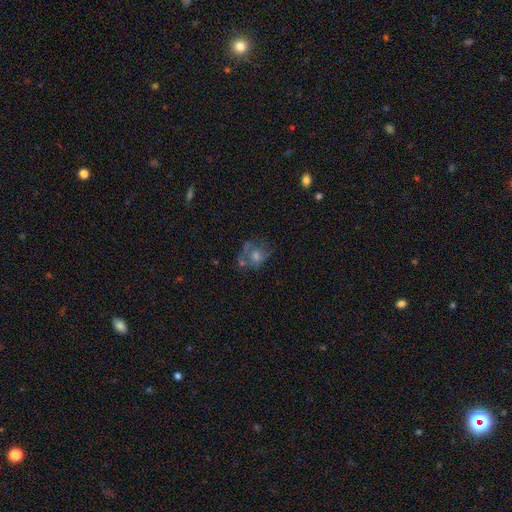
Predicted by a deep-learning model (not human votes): smooth_or_featured: featured or disk (p=0.47) [alt: smooth p=0.35]
merging: none (p=0.45) [alt: major disturbance p=0.23]